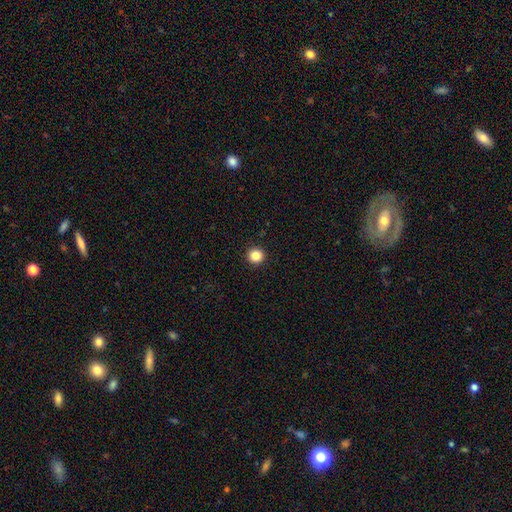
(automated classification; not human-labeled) smooth_or_featured: smooth (p=0.86) [alt: star or artifact p=0.11]
how_rounded: round (p=0.96) [alt: in between p=0.03]
merging: none (p=0.94) [alt: minor disturbance p=0.04]